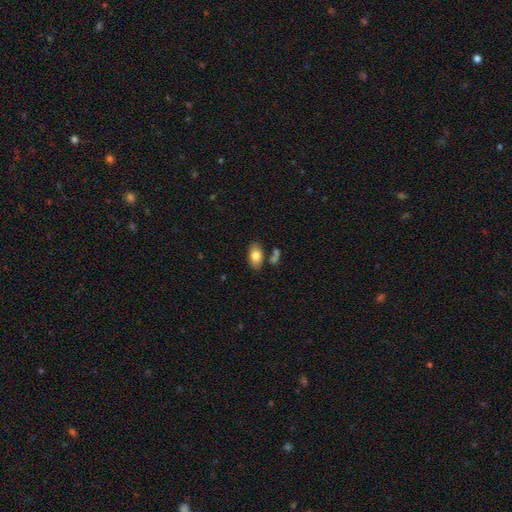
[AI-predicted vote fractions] Smooth or featured? Predicted: smooth (p=0.80). How rounded? Predicted: in between (p=0.91). Merging? Predicted: none (p=0.74).